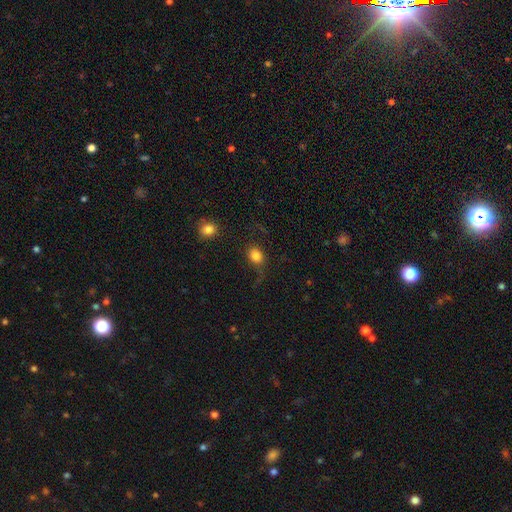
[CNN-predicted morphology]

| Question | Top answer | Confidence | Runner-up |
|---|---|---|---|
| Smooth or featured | smooth | 82% | star or artifact (11%) |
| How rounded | round | 57% | in between (42%) |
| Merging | none | 70% | minor disturbance (17%) |